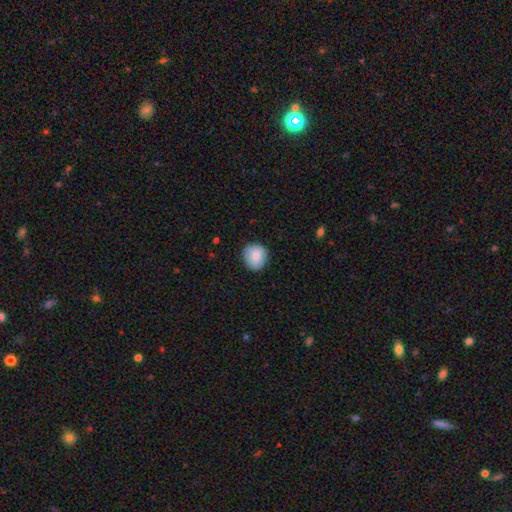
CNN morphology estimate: smooth-or-featured: smooth: 83% | featured or disk: 9% | star or artifact: 7%
  how-rounded: round: 83% | in between: 16% | cigar-shaped: 1%
  merging: none: 84% | minor disturbance: 13% | major disturbance: 2% | merger: 1%